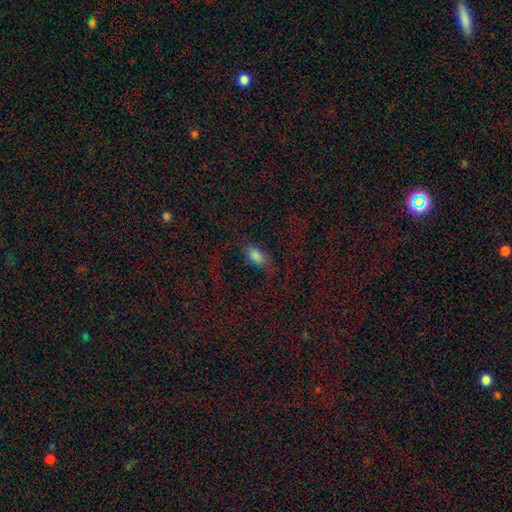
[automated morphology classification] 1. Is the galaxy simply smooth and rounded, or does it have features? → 71% smooth, 16% star or artifact, 13% featured or disk.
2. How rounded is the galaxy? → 84% in between, 11% cigar-shaped, 5% round.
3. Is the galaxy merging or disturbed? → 66% none, 18% minor disturbance, 13% major disturbance, 3% merger.